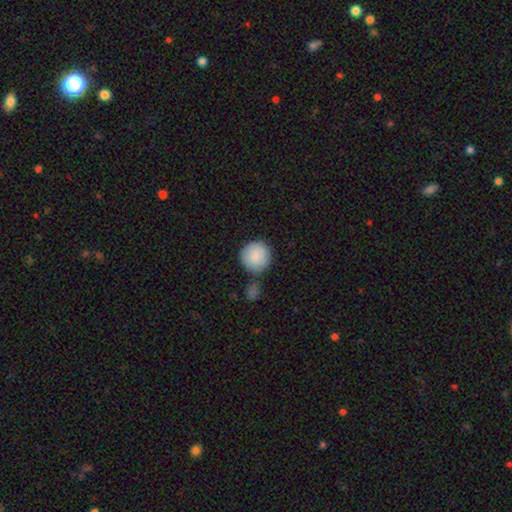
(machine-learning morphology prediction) This appears to be a smooth galaxy with no disk features (88%) that is round (94%). Merging: none (68%).